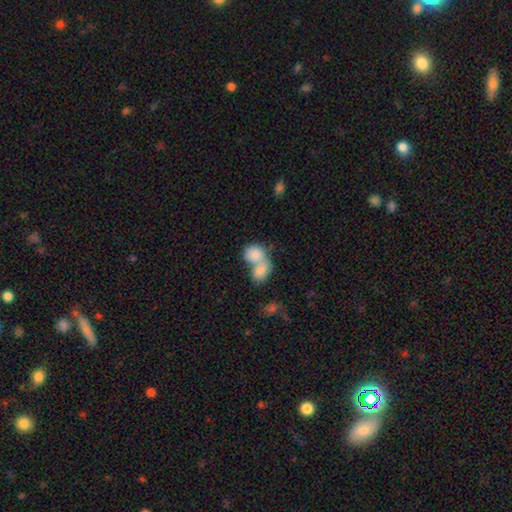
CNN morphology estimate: This appears to be a smooth galaxy with no disk features (82%) that is in between round and cigar-shaped (55%). Merging: merger (74%).